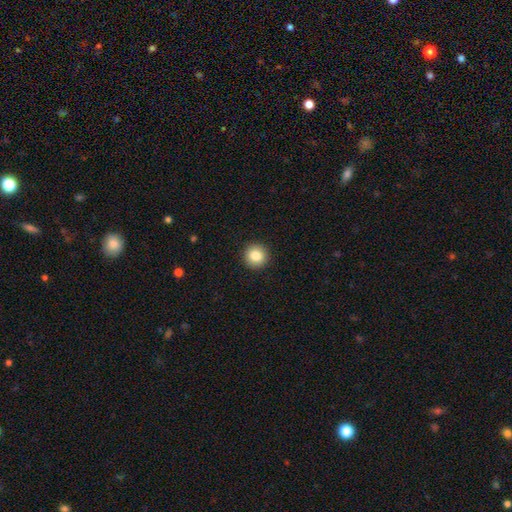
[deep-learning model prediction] This appears to be a smooth galaxy with no disk features (84%) that is round (94%). Merging: none (93%).